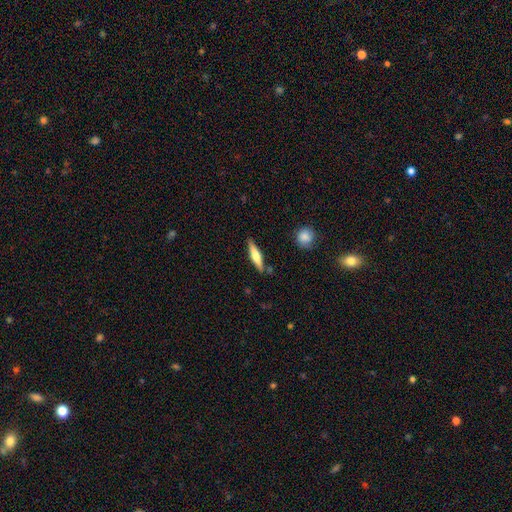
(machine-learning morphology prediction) This appears to be a featured or disk galaxy (48%). Merging: none (85%).